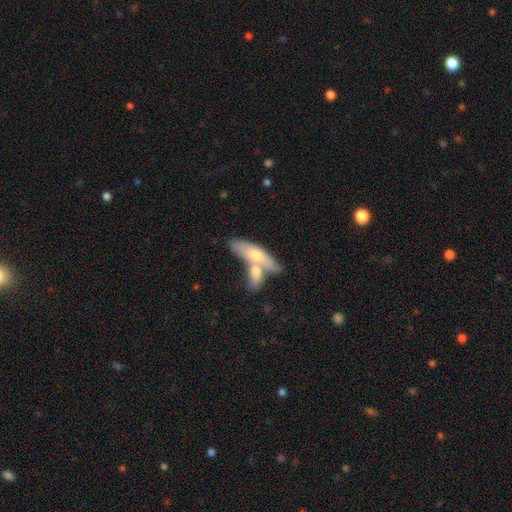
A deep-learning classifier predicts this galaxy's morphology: Q: Smooth or featured?
A: smooth (58%); runner-up: featured or disk (37%)
Q: How rounded?
A: cigar-shaped (54%); runner-up: in between (43%)
Q: Merging?
A: merger (53%); runner-up: none (34%)